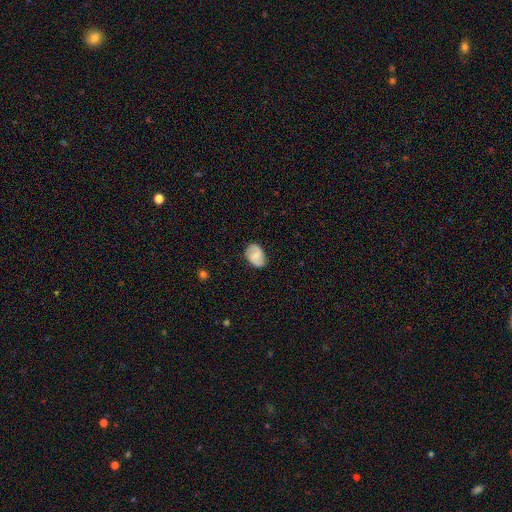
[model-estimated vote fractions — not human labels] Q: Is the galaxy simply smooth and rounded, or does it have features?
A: featured or disk — 50%.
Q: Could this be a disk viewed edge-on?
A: no — 97%.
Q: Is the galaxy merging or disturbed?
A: none — 79%.